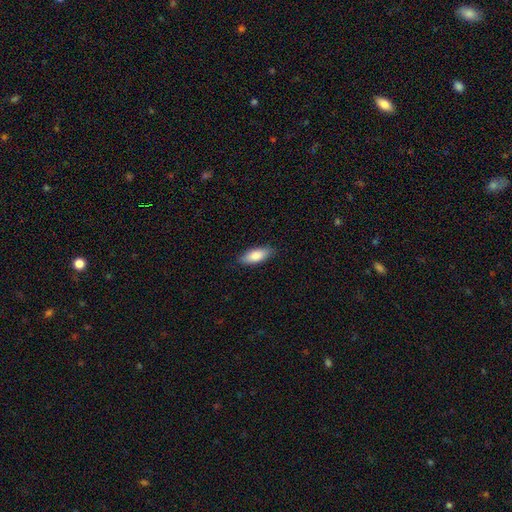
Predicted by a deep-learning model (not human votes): This is clearly a smooth galaxy (84%). How rounded: likely in between (78%). Merging: clearly none (86%).